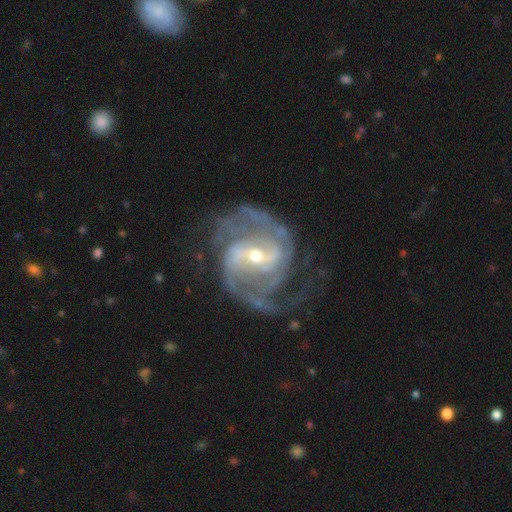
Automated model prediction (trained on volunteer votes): featured or disk 92%, star or artifact 5%, smooth 3%. Down the decision tree: edge-on disk — no (98%); bar — strong (43%); spiral arms — yes (98%); spiral arm count — 2 (66%); spiral winding — medium (52%); bulge size — small (51%); merging — none (67%).